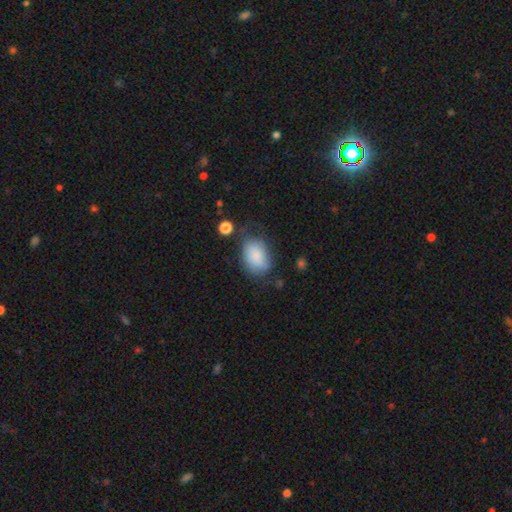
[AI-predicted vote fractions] smooth 81%, featured or disk 12%, star or artifact 7%. Down the decision tree: how rounded — in between (78%); merging — none (51%).